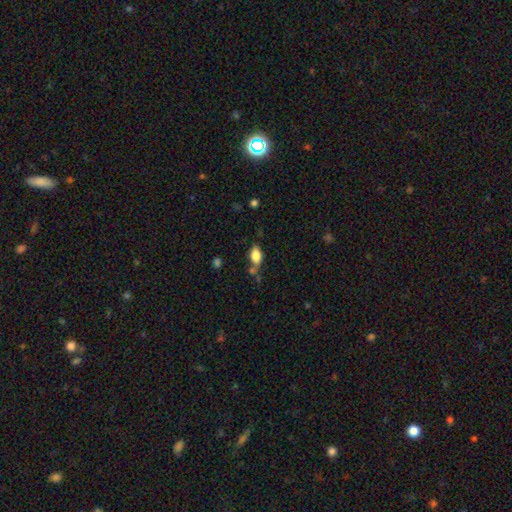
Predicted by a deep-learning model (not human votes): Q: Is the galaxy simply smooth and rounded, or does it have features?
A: smooth — 80%.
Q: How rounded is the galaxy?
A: in between — 88%.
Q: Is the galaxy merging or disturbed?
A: none — 58%.